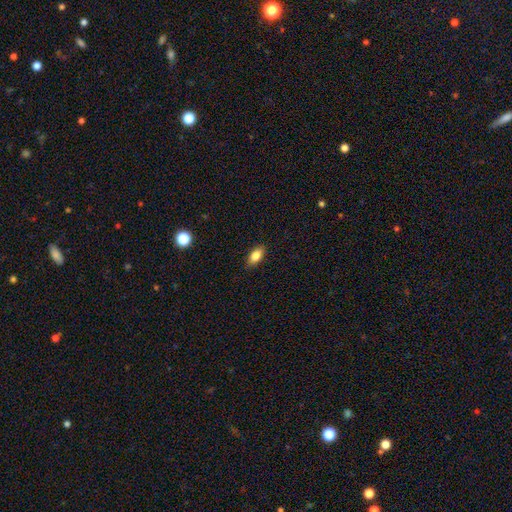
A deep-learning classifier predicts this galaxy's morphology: A smooth galaxy with no disk features (83%) that is in between round and cigar-shaped (88%).

Vote fractions:
- Smooth or featured? smooth: 83% / featured or disk: 9% / star or artifact: 8%
- How rounded? in between: 88% / cigar-shaped: 7% / round: 5%
- Merging? none: 87% / minor disturbance: 10% / major disturbance: 2% / merger: 1%